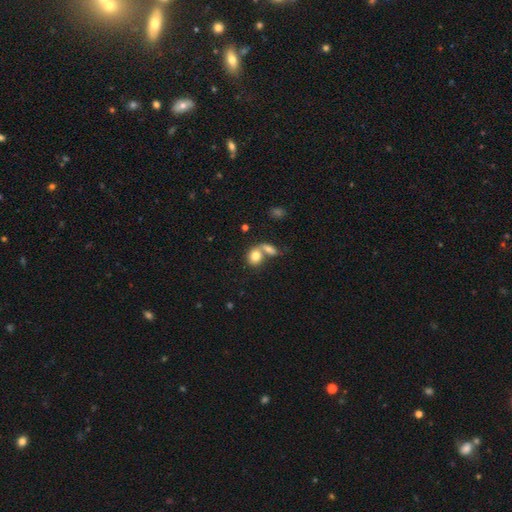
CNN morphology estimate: This is likely a smooth galaxy (78%). How rounded: possibly round (54%). Merging: likely merger (60%).